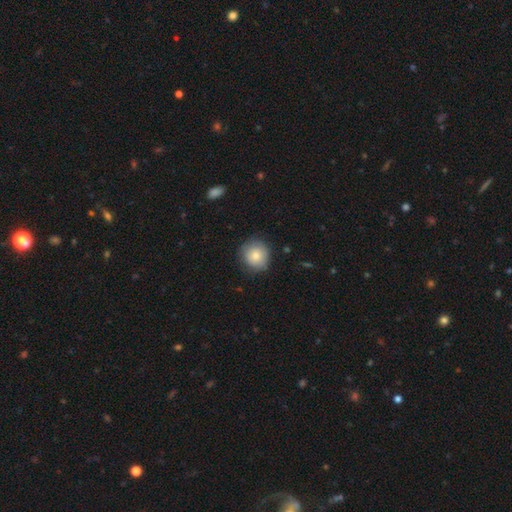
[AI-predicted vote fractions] Smooth or featured? Predicted: smooth (p=0.80). How rounded? Predicted: round (p=0.90). Merging? Predicted: none (p=0.81).